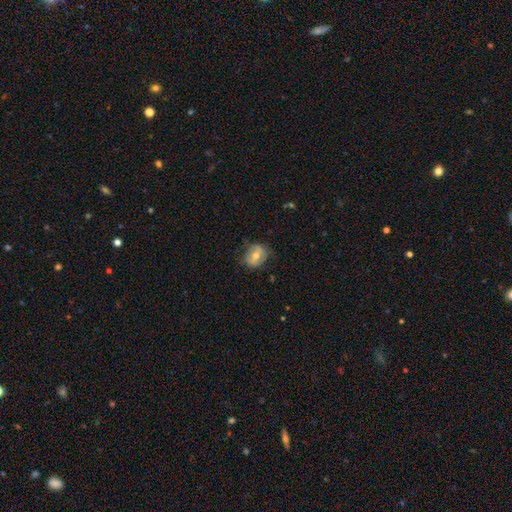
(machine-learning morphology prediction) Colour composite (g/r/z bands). It shows a smooth galaxy with no disk features (50%) that is round (61%). Merging: none (73%).